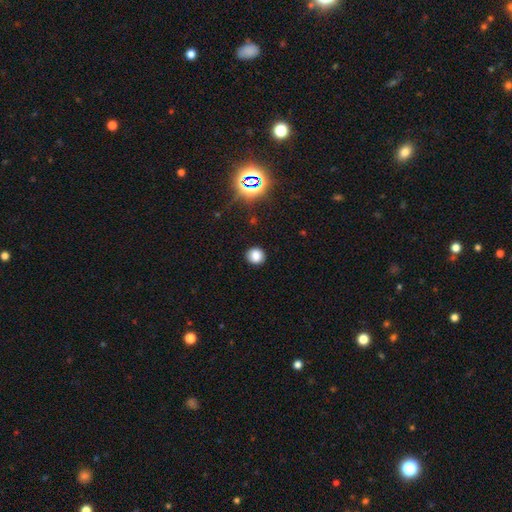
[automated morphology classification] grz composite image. It shows a smooth galaxy with no disk features (81%) that is round (85%). Merging: none (88%).